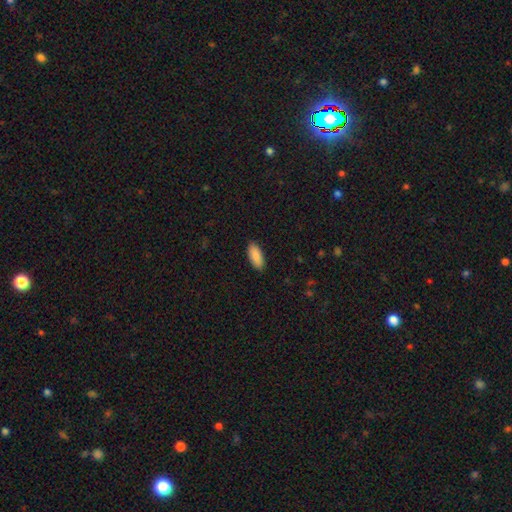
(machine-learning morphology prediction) A smooth galaxy with no disk features (89%) that is in between round and cigar-shaped (87%).

Vote fractions:
- Smooth or featured? smooth: 89% / star or artifact: 6% / featured or disk: 5%
- How rounded? in between: 87% / cigar-shaped: 11% / round: 2%
- Merging? none: 90% / minor disturbance: 7% / major disturbance: 2% / merger: 1%